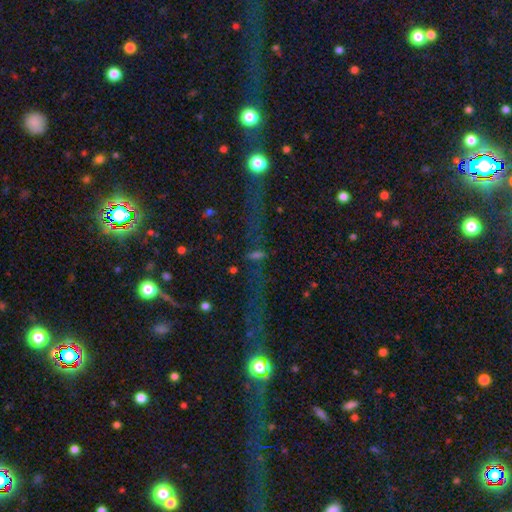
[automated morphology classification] Smooth or featured: star or artifact — 43% (smooth — 29%)